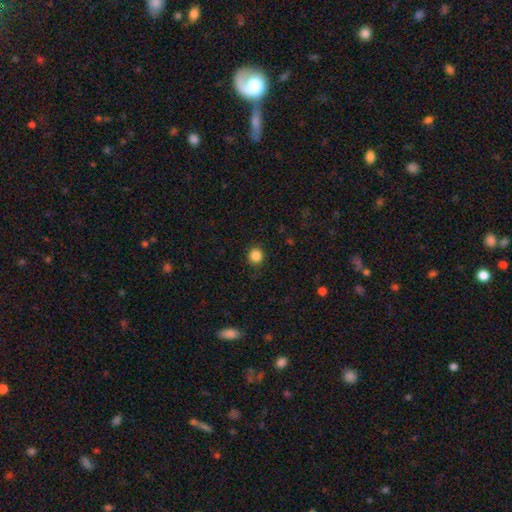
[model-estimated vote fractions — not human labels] A smooth galaxy with no disk features (86%) that is round (88%).

Vote fractions:
- Smooth or featured? smooth: 86% / star or artifact: 11% / featured or disk: 3%
- How rounded? round: 88% / in between: 11% / cigar-shaped: 1%
- Merging? none: 89% / minor disturbance: 8% / major disturbance: 2% / merger: 1%